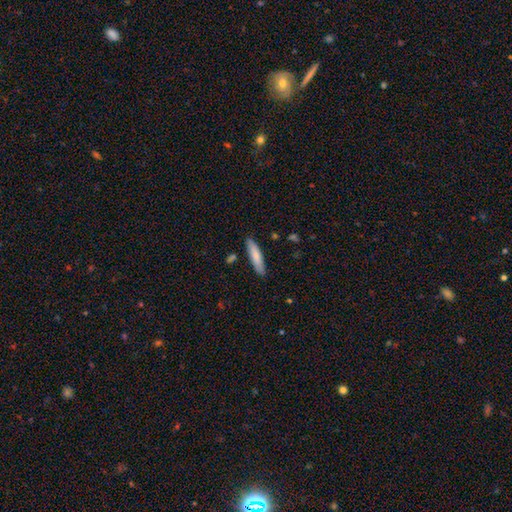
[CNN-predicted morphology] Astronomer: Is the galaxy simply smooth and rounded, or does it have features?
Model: smooth — 79%.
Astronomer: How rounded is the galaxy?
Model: cigar-shaped — 77%.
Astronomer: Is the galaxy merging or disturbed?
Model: none — 87%.